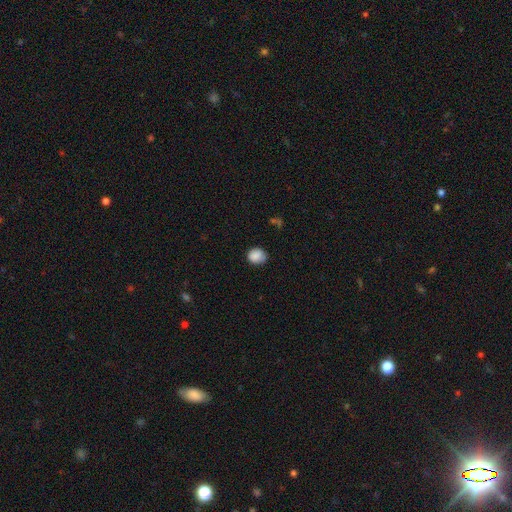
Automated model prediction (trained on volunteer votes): Morphology: type=smooth (86%); roundness=round (67%); merging=none (72%).